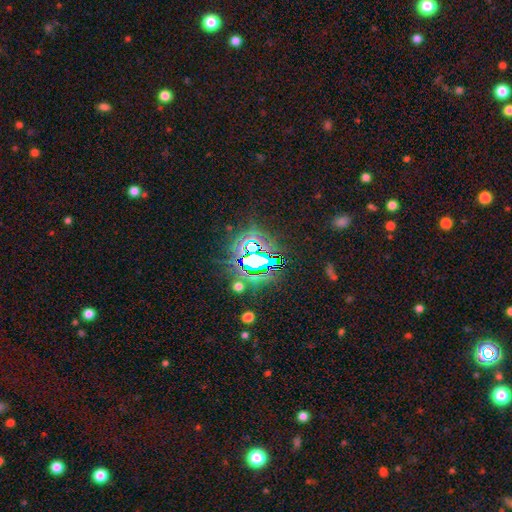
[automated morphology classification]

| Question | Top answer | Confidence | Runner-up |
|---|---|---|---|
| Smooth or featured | star or artifact | 79% | smooth (11%) |